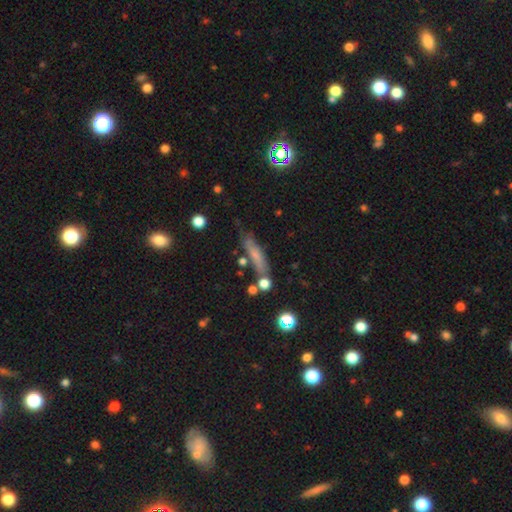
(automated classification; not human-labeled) The model was most divided on "smooth or featured": smooth: 63%, featured or disk: 26%, star or artifact: 12%. More confident: how rounded — cigar-shaped (78%); merging — none (65%).